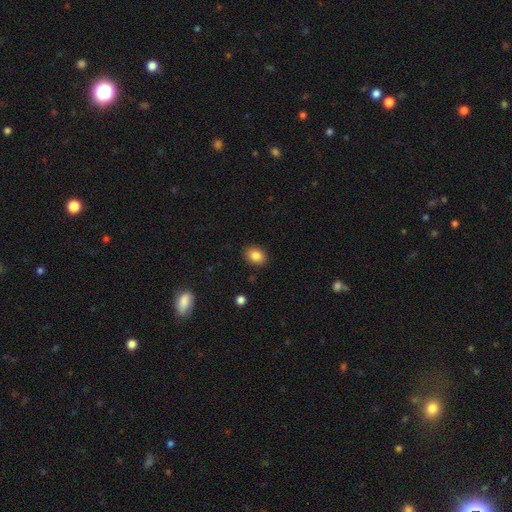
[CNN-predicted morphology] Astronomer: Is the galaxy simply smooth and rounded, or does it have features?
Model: smooth — 85%.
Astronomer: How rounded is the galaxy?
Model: in between — 64%.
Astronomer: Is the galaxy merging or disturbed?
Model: none — 89%.